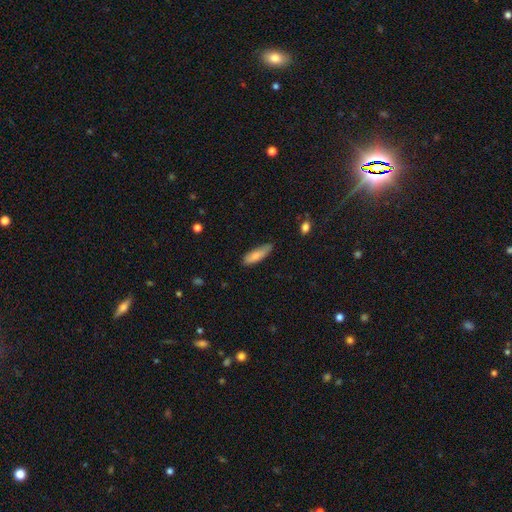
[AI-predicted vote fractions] Smooth or featured?
  - smooth: 80% *
  - featured or disk: 14%
  - star or artifact: 6%
How rounded?
  - cigar-shaped: 53% *
  - in between: 45%
  - round: 2%
Merging?
  - none: 68% *
  - minor disturbance: 27%
  - major disturbance: 4%
  - merger: 2%